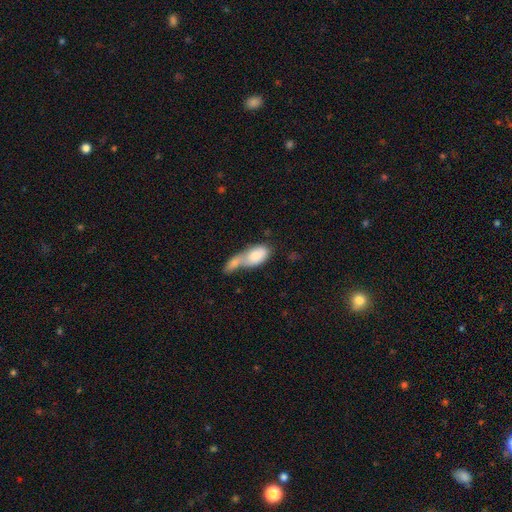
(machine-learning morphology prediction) Smooth or featured? smooth (77%)
How rounded? in between (87%)
Merging? merger (71%)